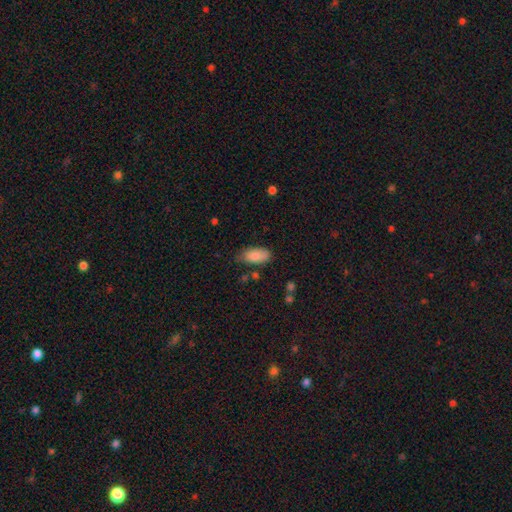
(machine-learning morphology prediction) Smooth or featured? smooth (85%)
How rounded? in between (92%)
Merging? none (73%)